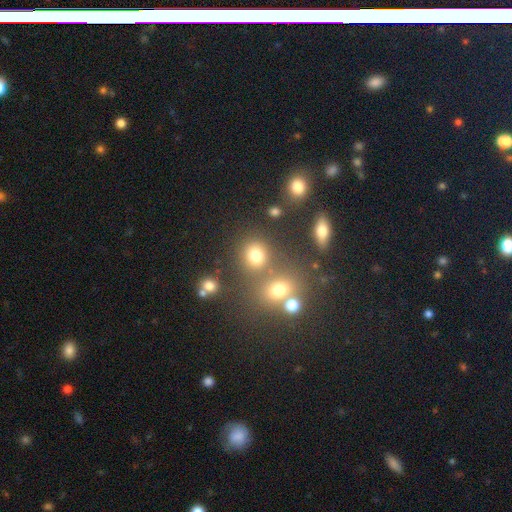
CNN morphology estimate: A smooth galaxy with no disk features (74%) that is round (75%). Merging: none (66%).